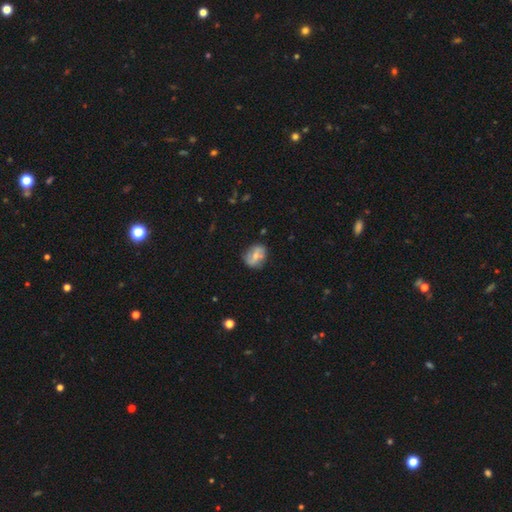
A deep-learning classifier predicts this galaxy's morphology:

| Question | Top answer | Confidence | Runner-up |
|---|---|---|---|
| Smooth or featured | featured or disk | 49% | smooth (43%) |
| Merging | none | 73% | minor disturbance (19%) |